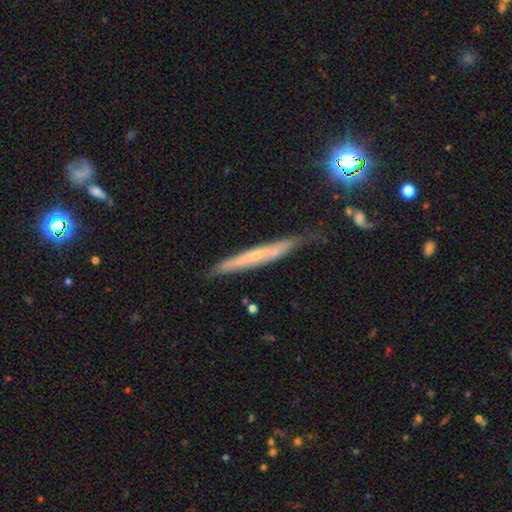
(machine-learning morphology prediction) Overall: featured or disk (57%; smooth 34%). Edge-on disk: yes (89%). Edge-on bulge: none (59%; rounded 36%). Merging: none (72%).